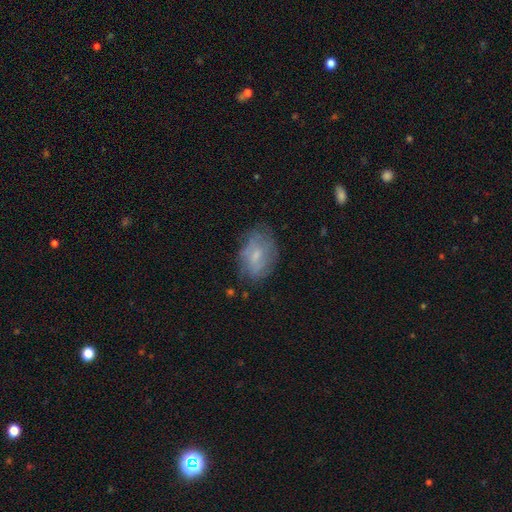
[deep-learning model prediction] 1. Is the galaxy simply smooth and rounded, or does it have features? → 49% smooth, 42% featured or disk, 9% star or artifact.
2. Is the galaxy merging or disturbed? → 65% none, 23% minor disturbance, 10% major disturbance, 2% merger.